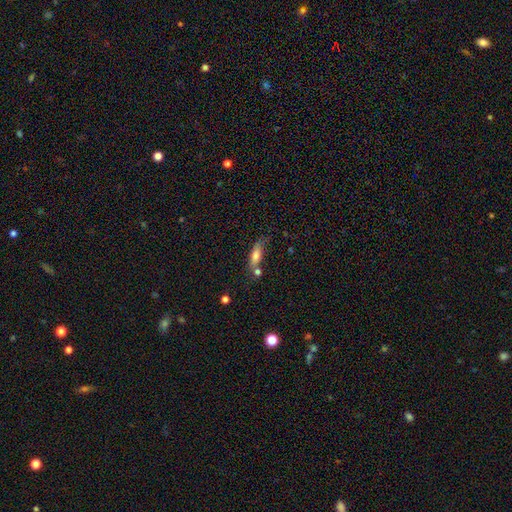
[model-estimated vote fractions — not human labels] Smooth or featured? Predicted: smooth (p=0.69). How rounded? Predicted: in between (p=0.52). Merging? Predicted: none (p=0.48).